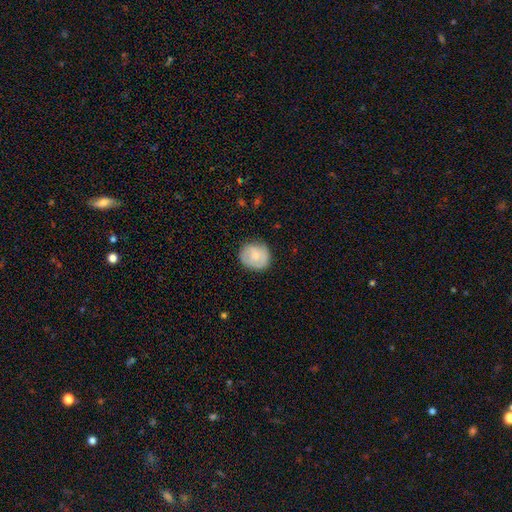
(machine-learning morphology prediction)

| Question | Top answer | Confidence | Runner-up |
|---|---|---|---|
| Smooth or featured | smooth | 67% | featured or disk (27%) |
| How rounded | round | 84% | in between (15%) |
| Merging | none | 79% | minor disturbance (16%) |